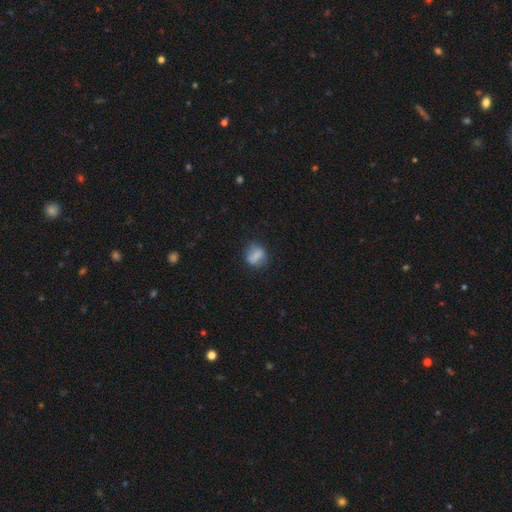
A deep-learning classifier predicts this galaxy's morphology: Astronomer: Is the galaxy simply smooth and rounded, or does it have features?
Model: smooth — 70%.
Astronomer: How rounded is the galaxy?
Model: round — 51% (runner-up: in between, 43%).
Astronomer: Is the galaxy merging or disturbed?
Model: none — 67%.